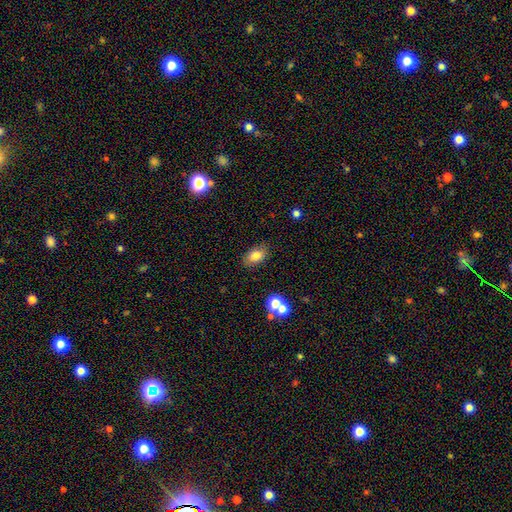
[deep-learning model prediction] smooth-or-featured: smooth: 80% | featured or disk: 11% | star or artifact: 9%
  how-rounded: in between: 89% | round: 9% | cigar-shaped: 2%
  merging: none: 83% | minor disturbance: 11% | merger: 3% | major disturbance: 3%